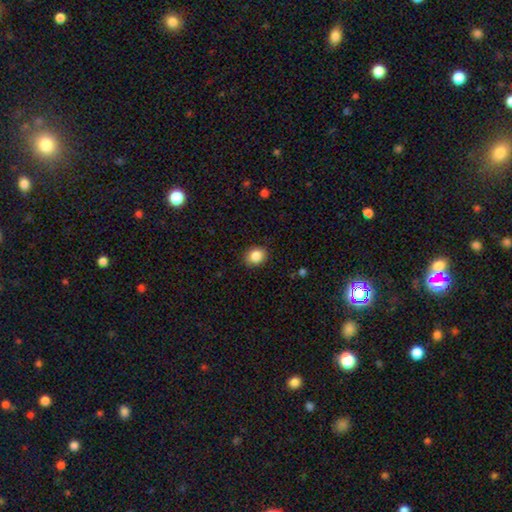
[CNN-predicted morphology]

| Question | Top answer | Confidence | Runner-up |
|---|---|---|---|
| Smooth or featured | smooth | 87% | star or artifact (9%) |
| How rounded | round | 60% | in between (39%) |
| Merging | none | 87% | minor disturbance (9%) |